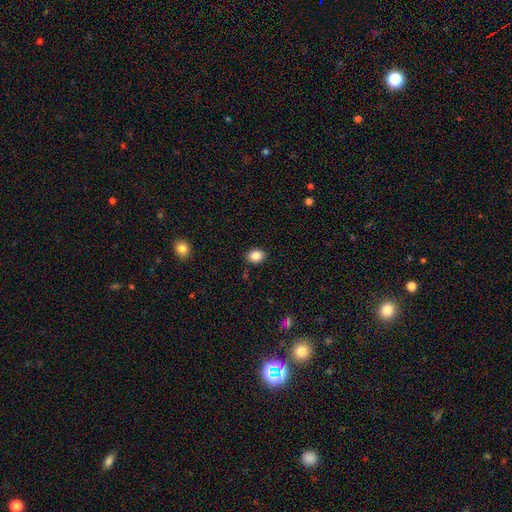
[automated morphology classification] This is clearly a smooth galaxy (87%). How rounded: possibly in between (59%). Merging: clearly none (87%).